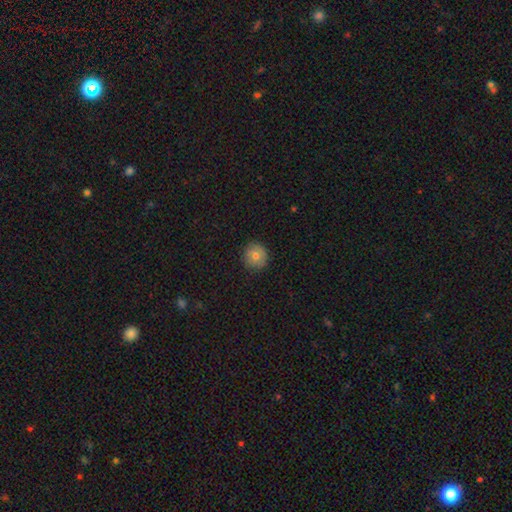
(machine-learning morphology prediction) Smooth or featured? Predicted: smooth (p=0.76). How rounded? Predicted: round (p=0.93). Merging? Predicted: none (p=0.89).